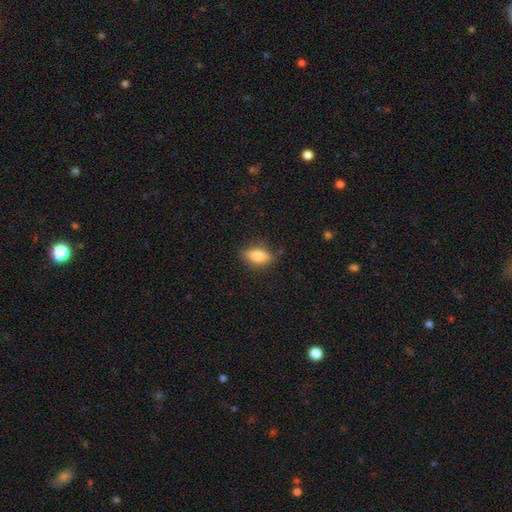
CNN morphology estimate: smooth-or-featured: smooth: 78% | featured or disk: 15% | star or artifact: 8%
  how-rounded: in between: 78% | cigar-shaped: 17% | round: 5%
  merging: none: 80% | minor disturbance: 15% | major disturbance: 4% | merger: 1%